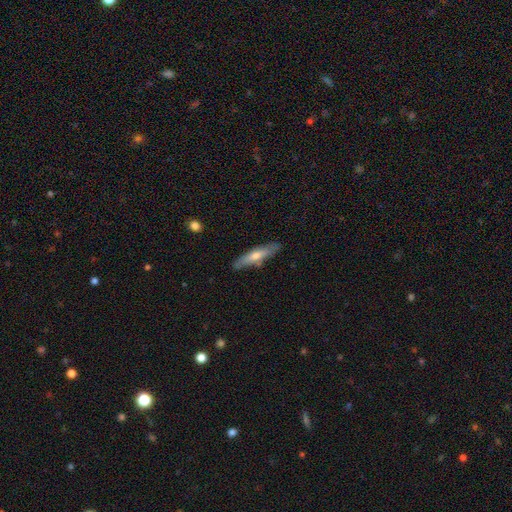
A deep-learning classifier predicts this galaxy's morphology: A smooth galaxy with no disk features (49%). Merging: none (83%).